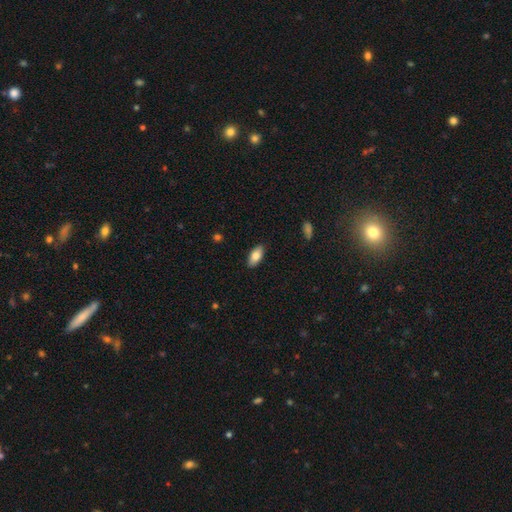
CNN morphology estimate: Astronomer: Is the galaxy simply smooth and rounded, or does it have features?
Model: smooth — 81%.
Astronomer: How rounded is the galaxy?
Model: in between — 90%.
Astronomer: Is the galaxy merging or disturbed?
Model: none — 88%.